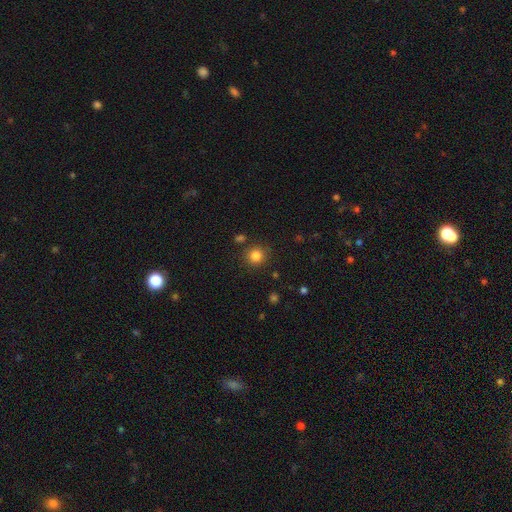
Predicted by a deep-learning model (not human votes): Smooth or featured?
  - smooth: 83% *
  - star or artifact: 12%
  - featured or disk: 5%
How rounded?
  - round: 92% *
  - in between: 7%
  - cigar-shaped: 1%
Merging?
  - none: 85% *
  - minor disturbance: 8%
  - merger: 4%
  - major disturbance: 3%